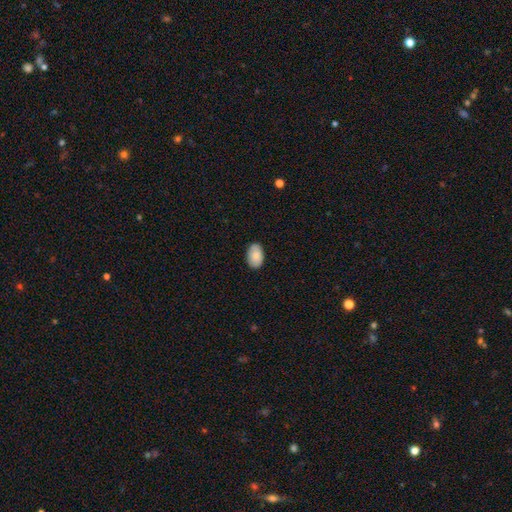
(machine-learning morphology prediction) Smooth or featured: smooth — 86% (featured or disk — 8%)
How rounded: in between — 91% (round — 7%)
Merging: none — 86% (minor disturbance — 12%)